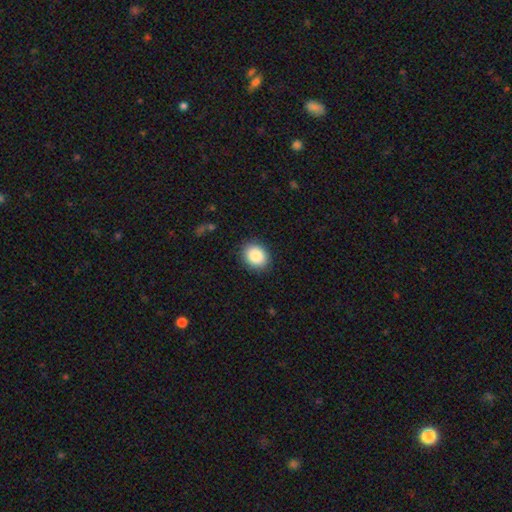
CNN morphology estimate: smooth_or_featured: smooth (p=0.88) [alt: star or artifact p=0.08]
how_rounded: round (p=0.64) [alt: in between p=0.35]
merging: none (p=0.89) [alt: minor disturbance p=0.08]